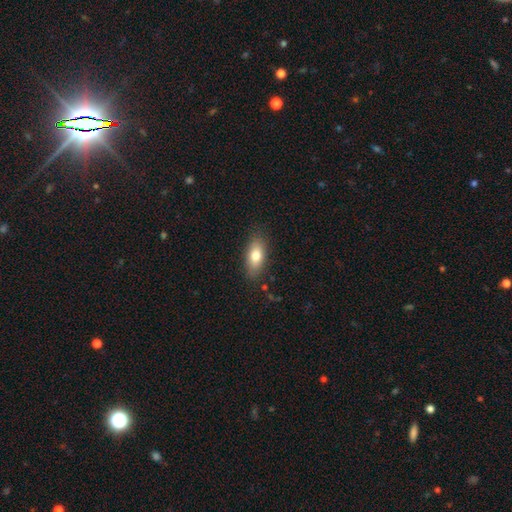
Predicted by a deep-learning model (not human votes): This is likely a smooth galaxy (77%). How rounded: clearly in between (84%). Merging: clearly none (83%).